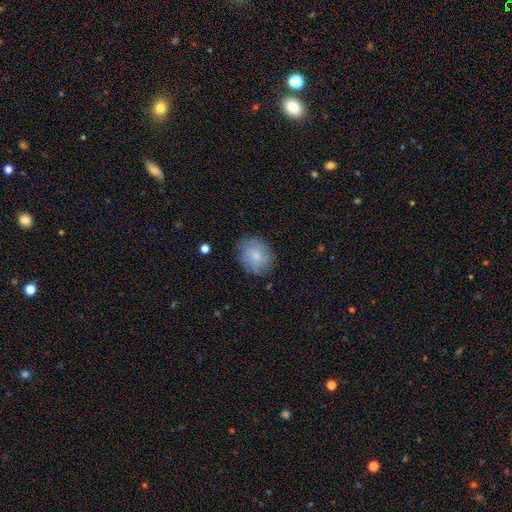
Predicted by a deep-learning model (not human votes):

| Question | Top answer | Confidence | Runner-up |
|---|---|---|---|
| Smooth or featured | smooth | 75% | featured or disk (17%) |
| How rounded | round | 70% | in between (29%) |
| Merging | none | 80% | minor disturbance (15%) |